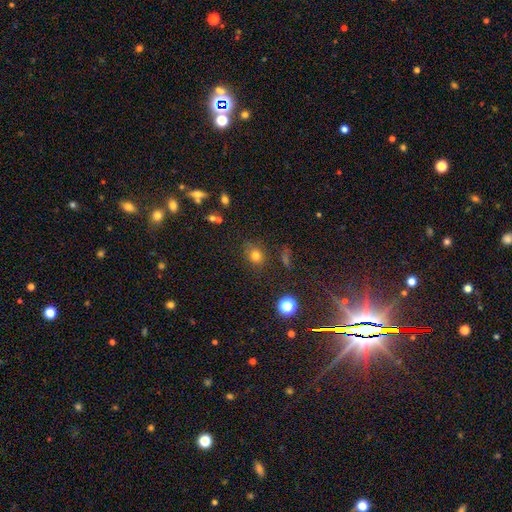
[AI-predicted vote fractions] Overall: smooth (74%). How rounded: round (70%). Merging: none (78%).